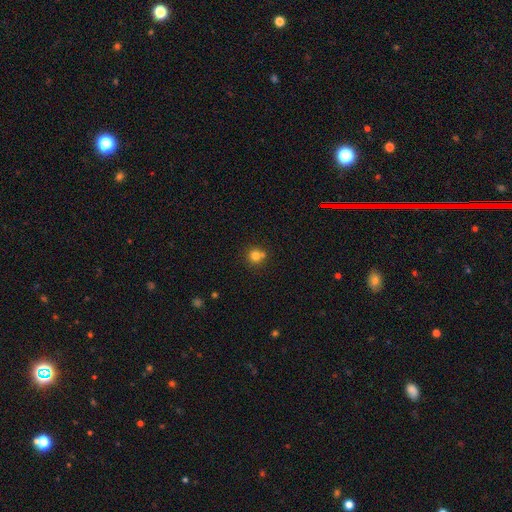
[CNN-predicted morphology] Overall: smooth (78%). How rounded: round (90%). Merging: none (63%; merger 24%).